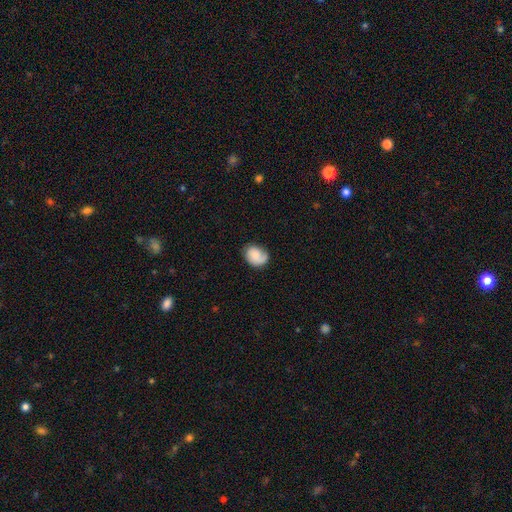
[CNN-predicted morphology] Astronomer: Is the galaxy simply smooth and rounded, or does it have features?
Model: smooth — 70%.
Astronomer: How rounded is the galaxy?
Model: in between — 56% (runner-up: round, 43%).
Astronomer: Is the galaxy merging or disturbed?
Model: none — 64%.